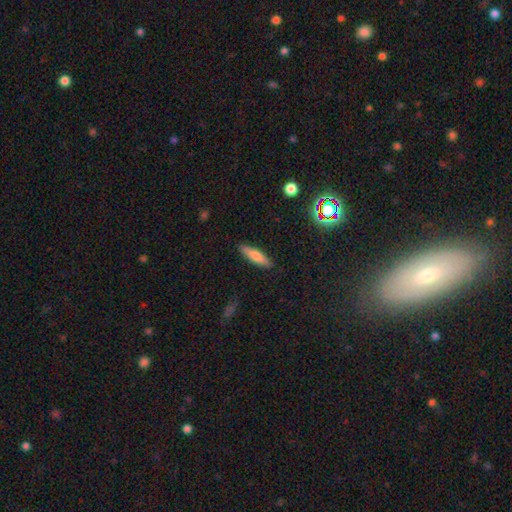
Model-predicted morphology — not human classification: This is likely a smooth galaxy (70%). How rounded: likely cigar-shaped (71%). Merging: clearly none (88%).